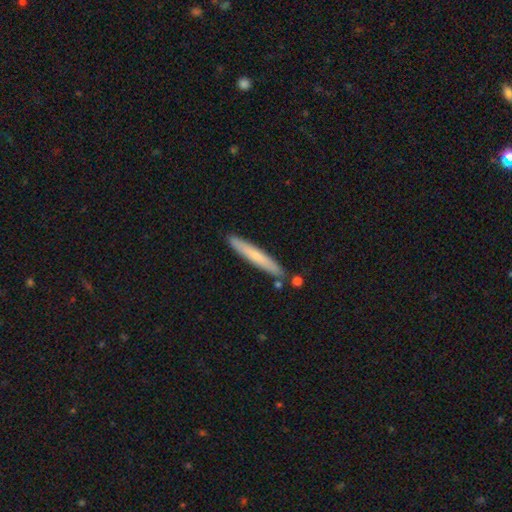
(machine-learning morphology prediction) The model was most divided on "smooth or featured": smooth: 64%, featured or disk: 30%, star or artifact: 6%. More confident: how rounded — cigar-shaped (95%); merging — none (84%).